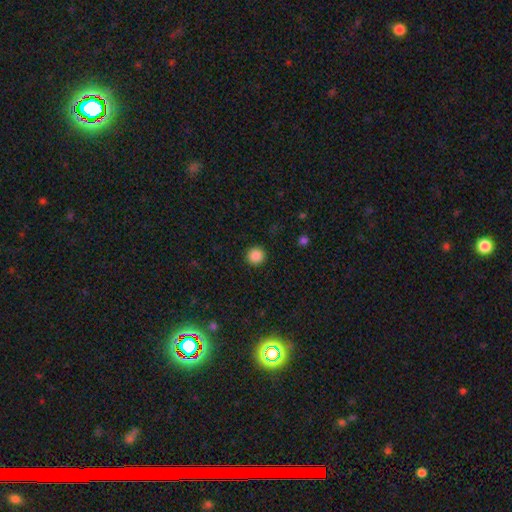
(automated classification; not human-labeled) smooth 87%, star or artifact 10%, featured or disk 3%. Down the decision tree: how rounded — round (95%); merging — none (93%).